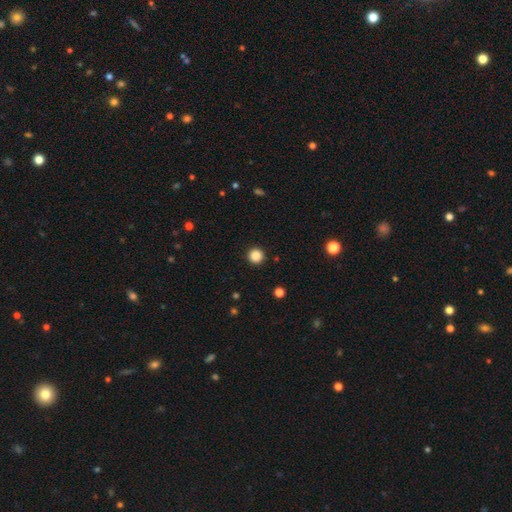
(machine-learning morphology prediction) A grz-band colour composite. It shows a smooth galaxy with no disk features (86%) that is round (96%). Merging: none (93%).